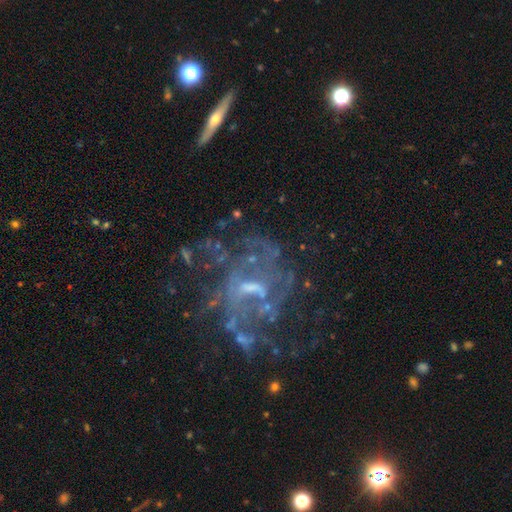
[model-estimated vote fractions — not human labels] A featured or disk galaxy (79%) with a weak bar (49%), medium (39%) spiral arms (66%) and a small central bulge (45%). Merging: none (50%).